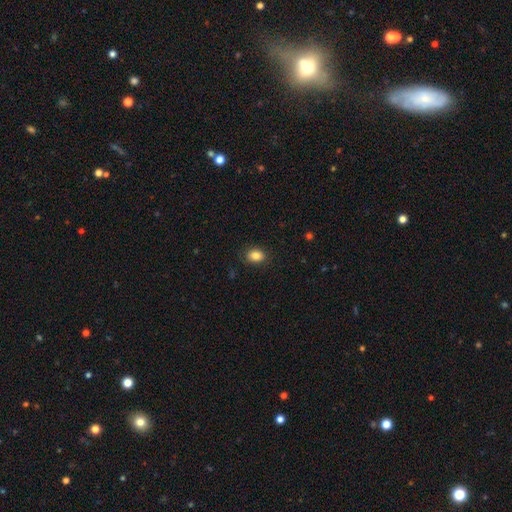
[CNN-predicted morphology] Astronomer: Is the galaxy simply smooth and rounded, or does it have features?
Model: smooth — 86%.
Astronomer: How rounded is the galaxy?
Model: in between — 72%.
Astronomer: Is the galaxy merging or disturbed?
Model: none — 85%.